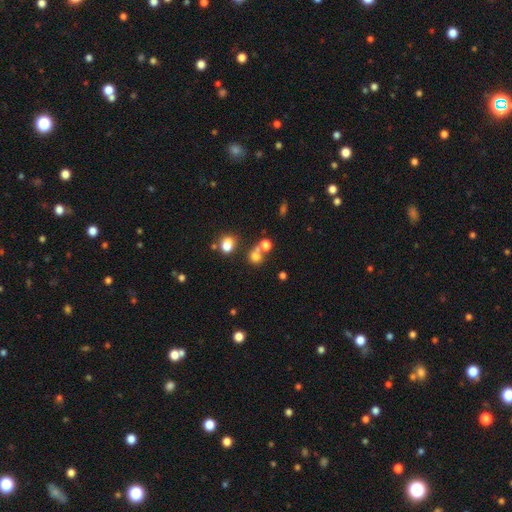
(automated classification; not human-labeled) This appears to be a smooth galaxy with no disk features (72%) that is round (79%). Merging: none (52%).